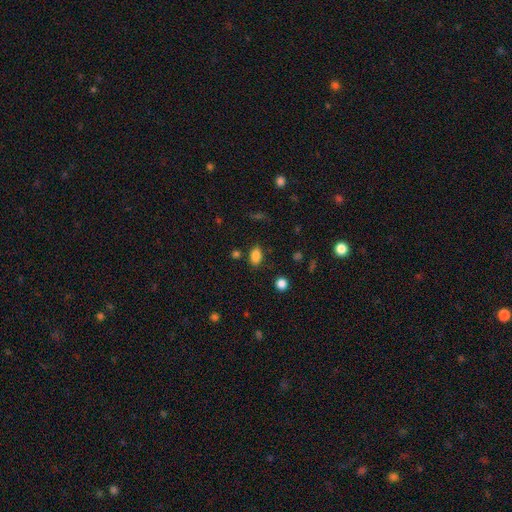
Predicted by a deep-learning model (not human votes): Q: Smooth or featured?
A: smooth (85%); runner-up: star or artifact (10%)
Q: How rounded?
A: in between (85%); runner-up: round (13%)
Q: Merging?
A: none (82%); runner-up: minor disturbance (12%)